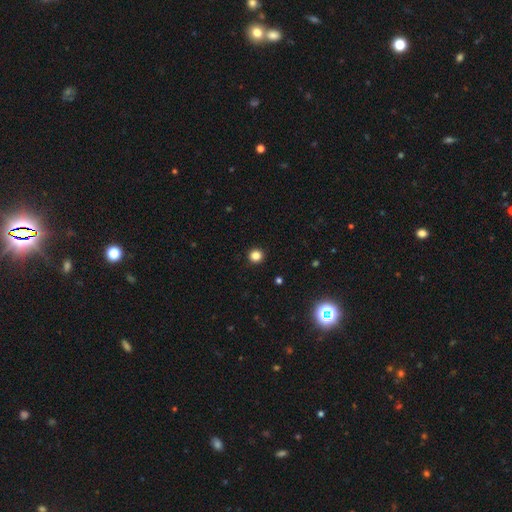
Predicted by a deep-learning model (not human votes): Smooth or featured? smooth (83%)
How rounded? round (94%)
Merging? none (93%)